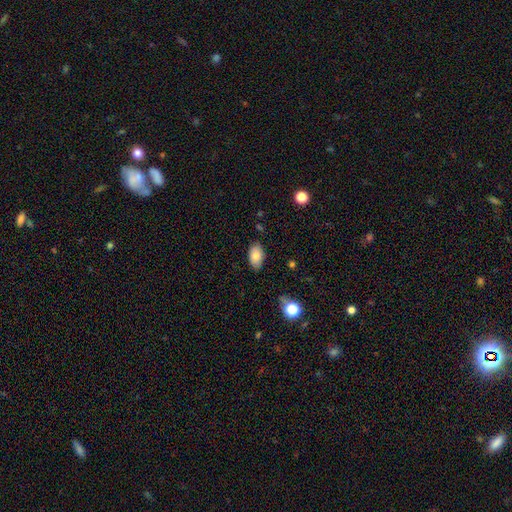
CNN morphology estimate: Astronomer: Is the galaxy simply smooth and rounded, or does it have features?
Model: smooth — 84%.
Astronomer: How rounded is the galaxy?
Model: in between — 93%.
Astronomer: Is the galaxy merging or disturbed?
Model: none — 81%.